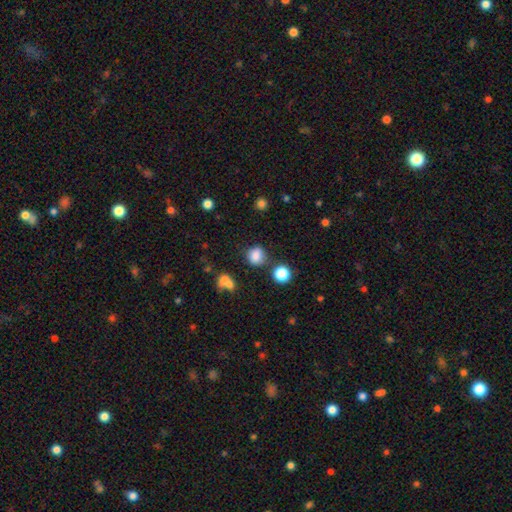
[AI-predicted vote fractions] Smooth or featured: smooth — 81% (star or artifact — 13%)
How rounded: round — 81% (in between — 18%)
Merging: none — 72% (minor disturbance — 14%)